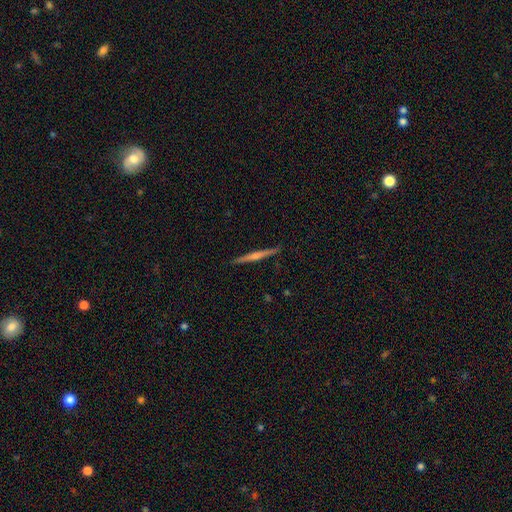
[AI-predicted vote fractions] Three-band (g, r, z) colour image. It shows a featured or disk galaxy (77%) viewed edge-on (98%) with a rounded central bulge (78%). Merging: none (92%).